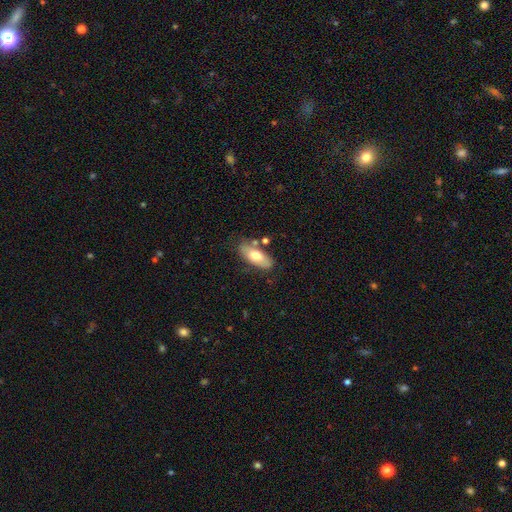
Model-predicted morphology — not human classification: type=smooth (67%); roundness=in between (82%); merging=none (73%).